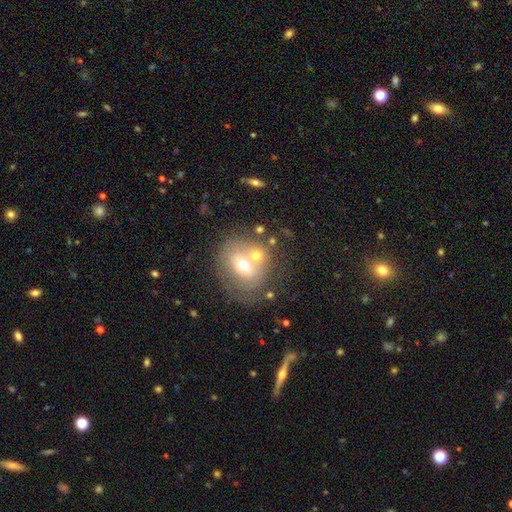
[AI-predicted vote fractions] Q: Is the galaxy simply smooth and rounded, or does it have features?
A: smooth — 55%.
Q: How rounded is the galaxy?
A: round — 69%.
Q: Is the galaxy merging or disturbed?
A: merger — 41%.